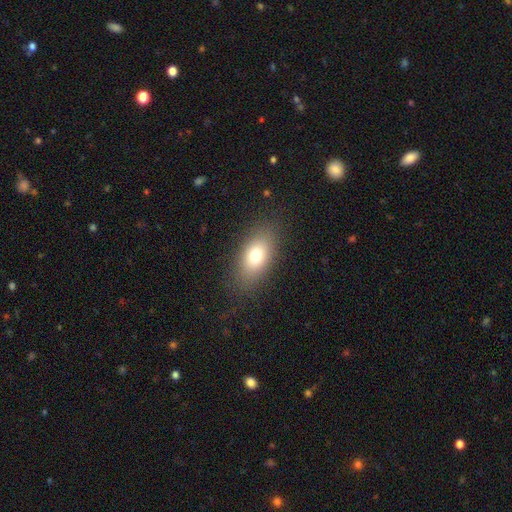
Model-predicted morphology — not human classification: smooth 73%, featured or disk 15%, star or artifact 11%. Down the decision tree: how rounded — in between (86%); merging — none (84%).